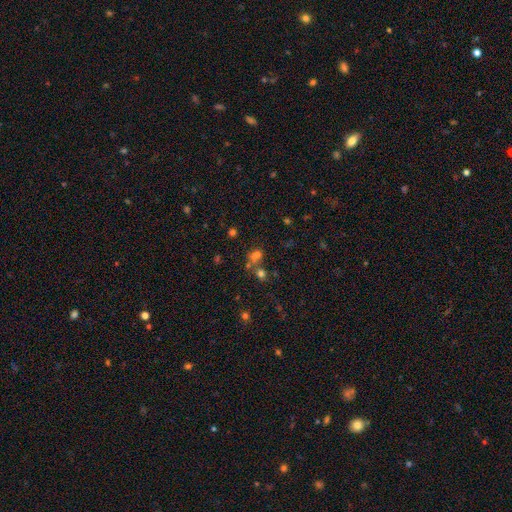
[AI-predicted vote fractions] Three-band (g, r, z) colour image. It shows a smooth galaxy with no disk features (52%) that is round (61%). Merging: none (47%).